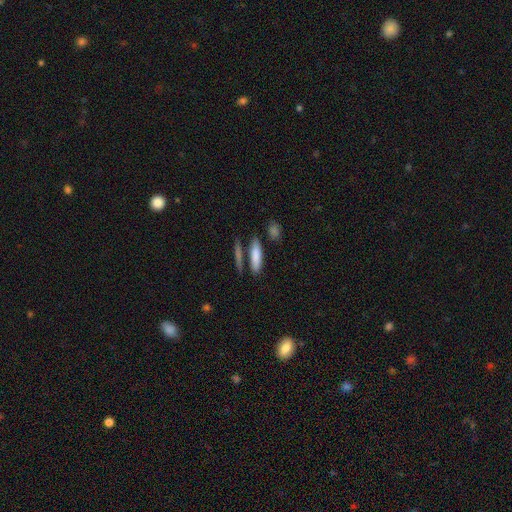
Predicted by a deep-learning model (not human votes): Morphology: type=smooth (80%); roundness=cigar-shaped (70%); merging=none (68%).